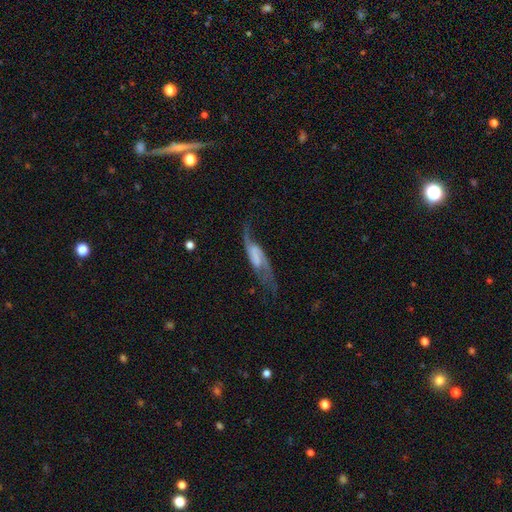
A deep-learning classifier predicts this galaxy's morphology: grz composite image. It shows a featured or disk galaxy (80%) with a weak bar (41%), 2 (90%) loose (69%) spiral arms (93%) and no central bulge (50%). Merging: none (59%).